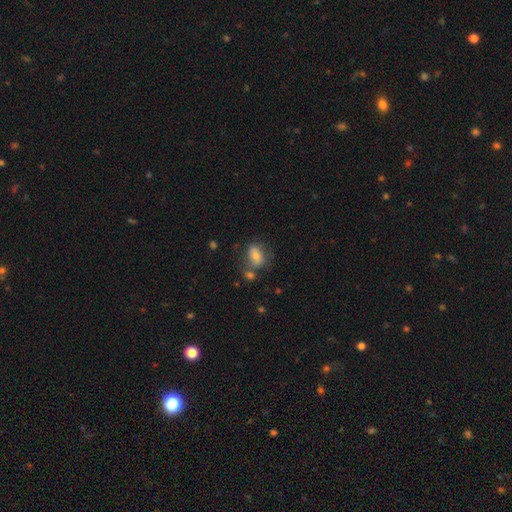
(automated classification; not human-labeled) Smooth or featured?
  - smooth: 68% *
  - featured or disk: 21%
  - star or artifact: 10%
How rounded?
  - in between: 79% *
  - round: 17%
  - cigar-shaped: 4%
Merging?
  - none: 56% *
  - minor disturbance: 18%
  - merger: 18%
  - major disturbance: 8%